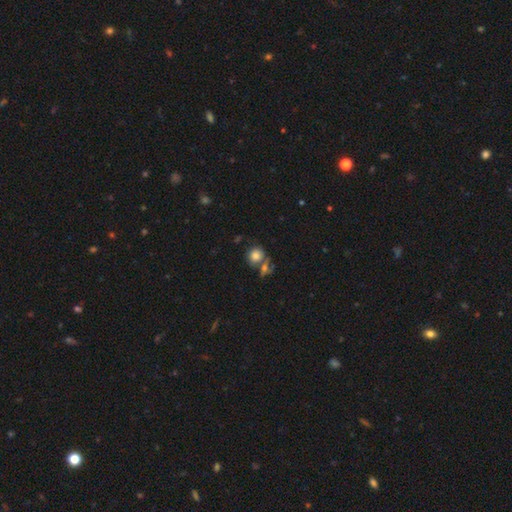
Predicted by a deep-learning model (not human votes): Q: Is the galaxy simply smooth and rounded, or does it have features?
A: smooth — 77%.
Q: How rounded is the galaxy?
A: round — 80%.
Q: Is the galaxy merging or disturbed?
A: none — 51%.